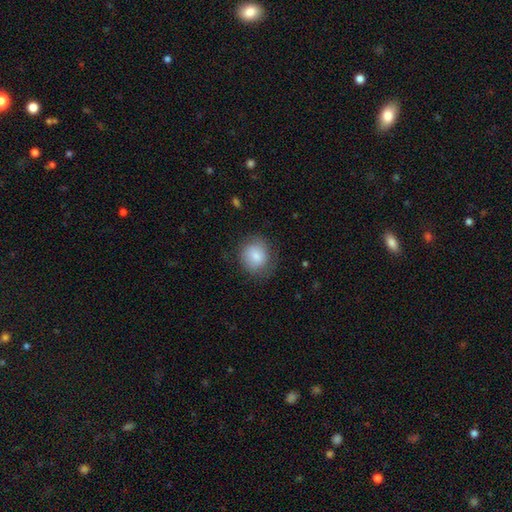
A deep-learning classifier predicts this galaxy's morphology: Smooth or featured: smooth — 83% (featured or disk — 10%)
How rounded: round — 75% (in between — 24%)
Merging: none — 77% (minor disturbance — 17%)